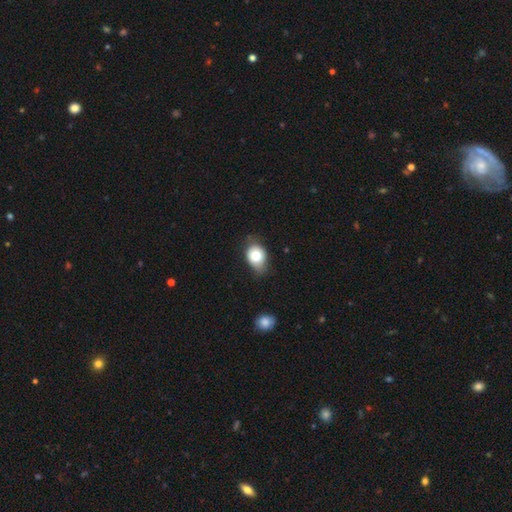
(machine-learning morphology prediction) smooth_or_featured: smooth (p=0.75) [alt: featured or disk p=0.16]
how_rounded: in between (p=0.60) [alt: round p=0.39]
merging: none (p=0.56) [alt: minor disturbance p=0.34]